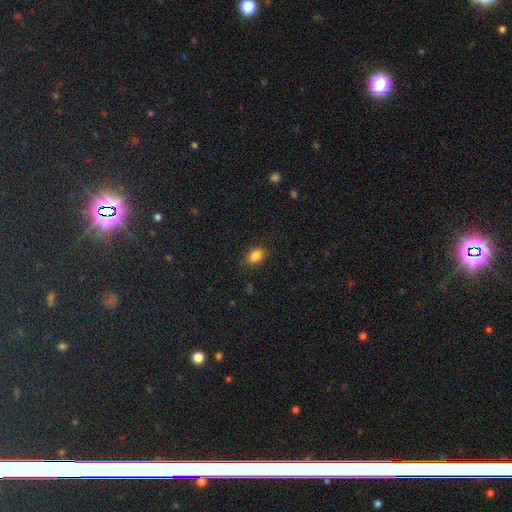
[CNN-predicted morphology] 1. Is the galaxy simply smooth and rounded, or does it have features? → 84% smooth, 10% star or artifact, 6% featured or disk.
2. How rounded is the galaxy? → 78% in between, 21% round, 1% cigar-shaped.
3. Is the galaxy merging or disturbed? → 83% none, 13% minor disturbance, 3% major disturbance, 1% merger.